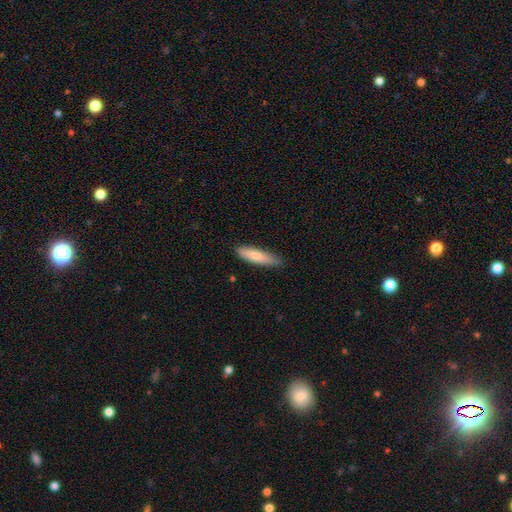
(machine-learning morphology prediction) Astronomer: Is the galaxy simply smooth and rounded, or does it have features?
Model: smooth — 80%.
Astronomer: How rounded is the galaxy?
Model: cigar-shaped — 71%.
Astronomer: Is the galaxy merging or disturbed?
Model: none — 75%.